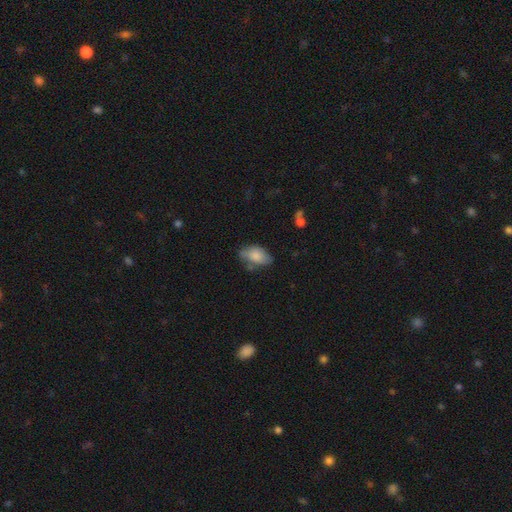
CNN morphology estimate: Smooth or featured? Predicted: smooth (p=0.78). How rounded? Predicted: in between (p=0.92). Merging? Predicted: none (p=0.55).